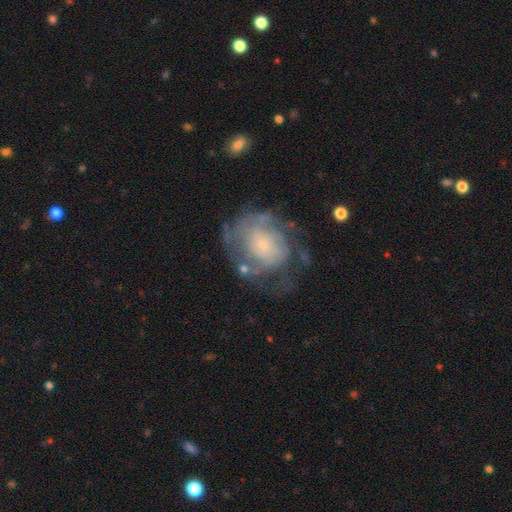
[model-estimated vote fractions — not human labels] A featured or disk galaxy (72%) with no bar (77%), tight (58%) spiral arms (80%) and a small central bulge (72%). Merging: none (58%).